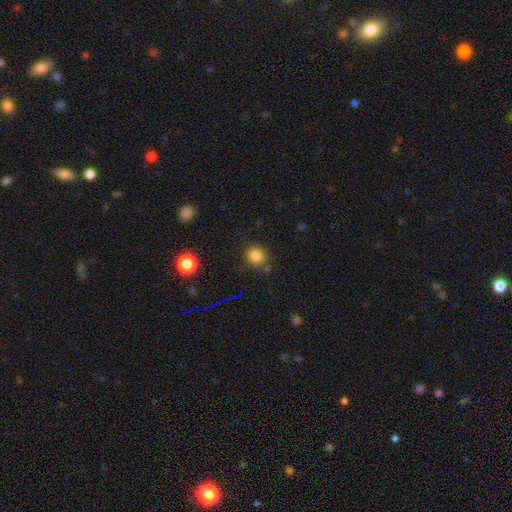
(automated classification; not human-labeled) This appears to be a smooth galaxy with no disk features (81%) that is round (79%). Merging: none (78%).